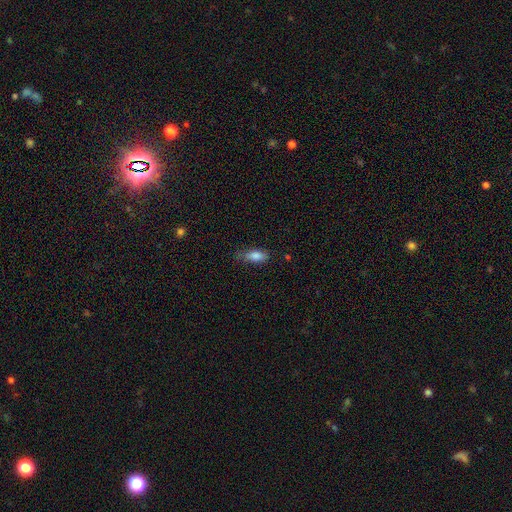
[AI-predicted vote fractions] Morphology: type=smooth (82%); roundness=in between (77%); merging=none (63%).